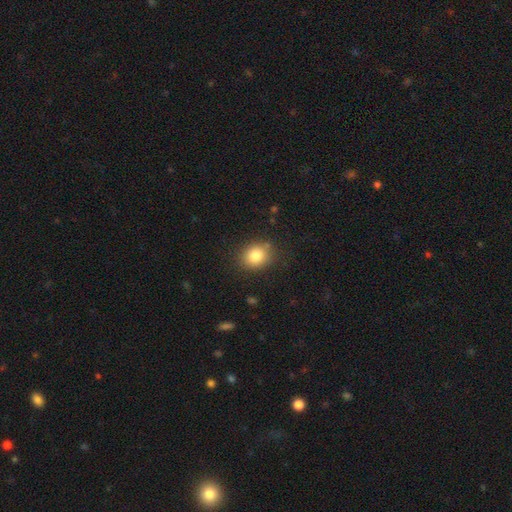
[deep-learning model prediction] Q: Smooth or featured?
A: smooth (82%); runner-up: star or artifact (10%)
Q: How rounded?
A: round (65%); runner-up: in between (34%)
Q: Merging?
A: none (84%); runner-up: minor disturbance (11%)